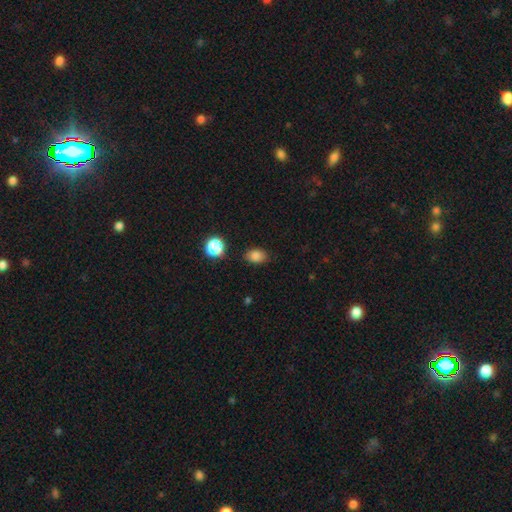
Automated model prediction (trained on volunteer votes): Smooth or featured? smooth (82%)
How rounded? in between (76%)
Merging? none (83%)